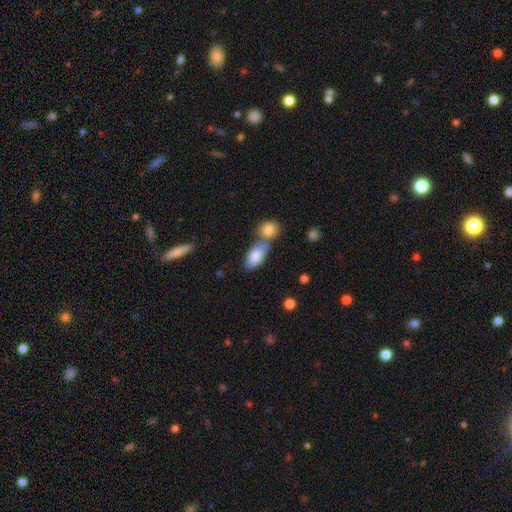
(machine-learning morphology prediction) The model was most divided on "merging" (2-way tie): none: 42%, merger: 42%, minor disturbance: 12%, major disturbance: 4%. More confident: how rounded — in between (91%); smooth or featured — smooth (83%).